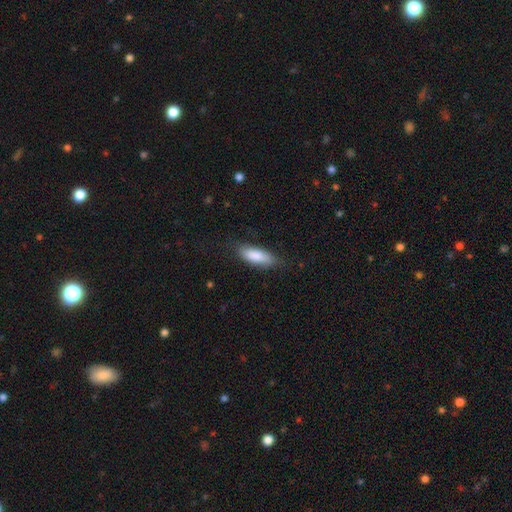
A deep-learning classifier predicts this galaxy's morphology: smooth 85%, featured or disk 10%, star or artifact 6%. Down the decision tree: how rounded — in between (68%); merging — none (77%).